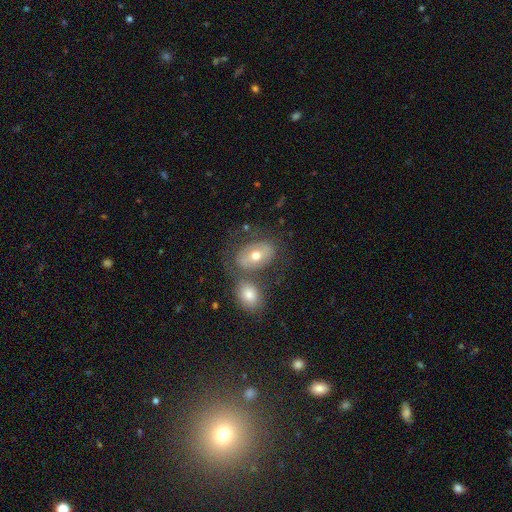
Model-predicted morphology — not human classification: A smooth galaxy with no disk features (56%) that is in between round and cigar-shaped (85%). Merging: none (43%).